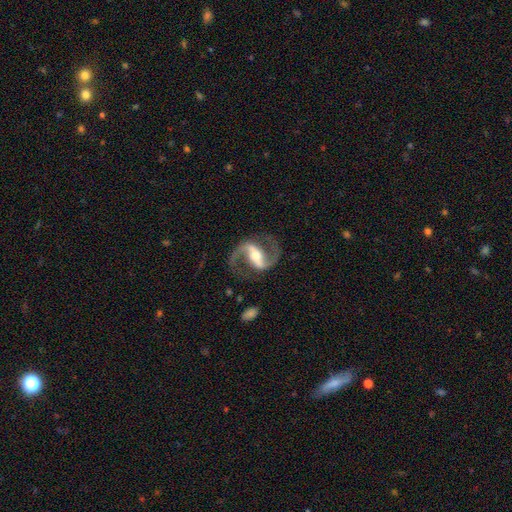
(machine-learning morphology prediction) Q: Smooth or featured?
A: featured or disk (92%); runner-up: star or artifact (4%)
Q: Edge-on disk?
A: no (97%); runner-up: yes (3%)
Q: Bar?
A: strong (63%); runner-up: weak (27%)
Q: Spiral arms?
A: yes (98%); runner-up: no (2%)
Q: Spiral winding?
A: medium (58%); runner-up: loose (30%)
Q: Spiral arm count?
A: 2 (94%); runner-up: 1 (2%)
Q: Bulge size?
A: moderate (60%); runner-up: small (25%)
Q: Merging?
A: none (80%); runner-up: minor disturbance (11%)